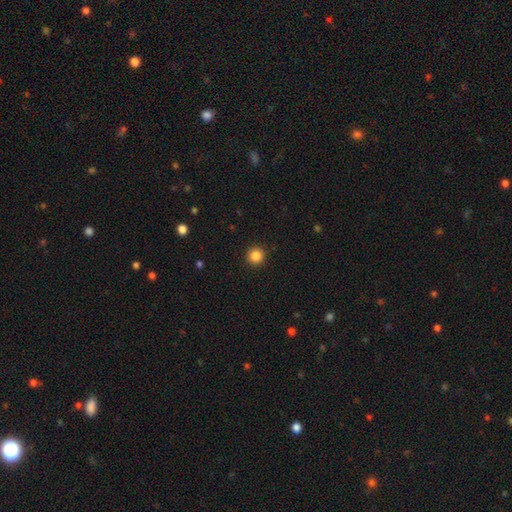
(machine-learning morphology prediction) Smooth or featured?
  - smooth: 86% *
  - star or artifact: 11%
  - featured or disk: 4%
How rounded?
  - round: 95% *
  - in between: 4%
  - cigar-shaped: 1%
Merging?
  - none: 93% *
  - minor disturbance: 4%
  - major disturbance: 2%
  - merger: 1%